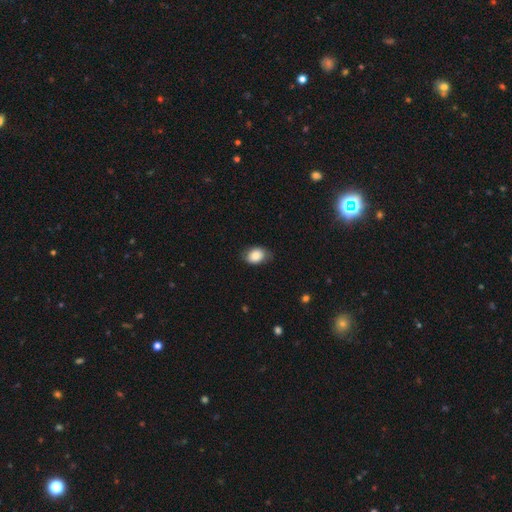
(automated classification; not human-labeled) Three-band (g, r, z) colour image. It shows a smooth galaxy with no disk features (84%) that is in between round and cigar-shaped (72%). Merging: none (73%).